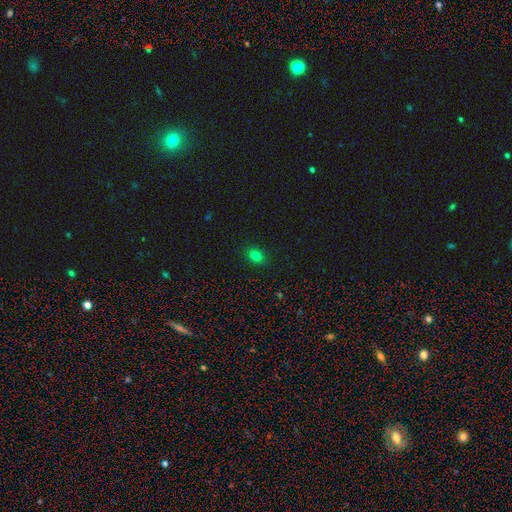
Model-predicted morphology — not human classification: smooth_or_featured: smooth (p=0.79) [alt: star or artifact p=0.16]
how_rounded: in between (p=0.56) [alt: round p=0.43]
merging: none (p=0.89) [alt: minor disturbance p=0.08]